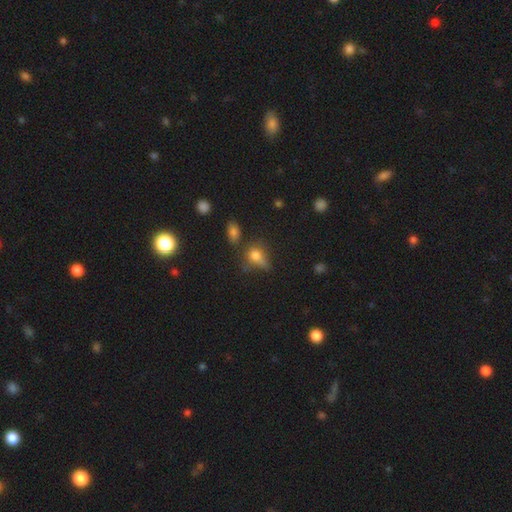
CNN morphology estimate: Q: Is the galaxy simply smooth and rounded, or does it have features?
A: smooth — 68%.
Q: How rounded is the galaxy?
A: round — 50%.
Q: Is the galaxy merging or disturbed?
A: none — 44%.